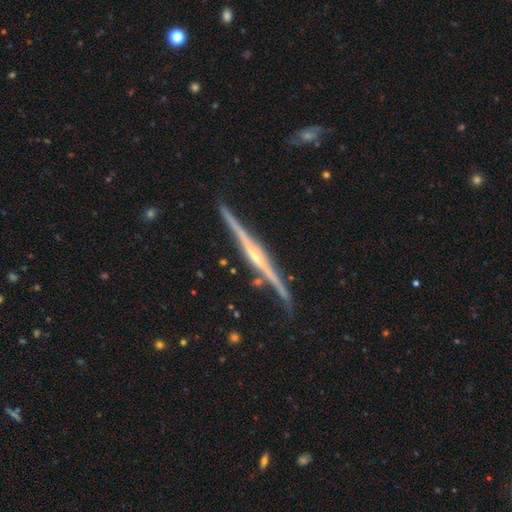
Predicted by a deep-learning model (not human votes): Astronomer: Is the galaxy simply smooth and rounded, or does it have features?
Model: featured or disk — 88%.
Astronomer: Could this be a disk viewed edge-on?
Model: yes — 98%.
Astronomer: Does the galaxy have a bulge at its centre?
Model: rounded — 70%.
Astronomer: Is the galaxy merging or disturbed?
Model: none — 83%.